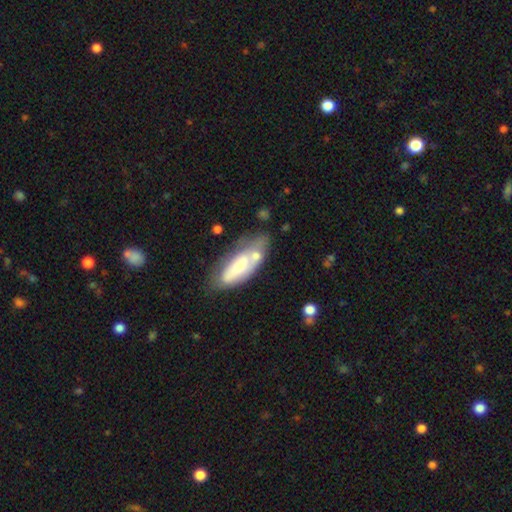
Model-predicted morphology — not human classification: type=smooth (53%); roundness=in between (73%); merging=none (37%).